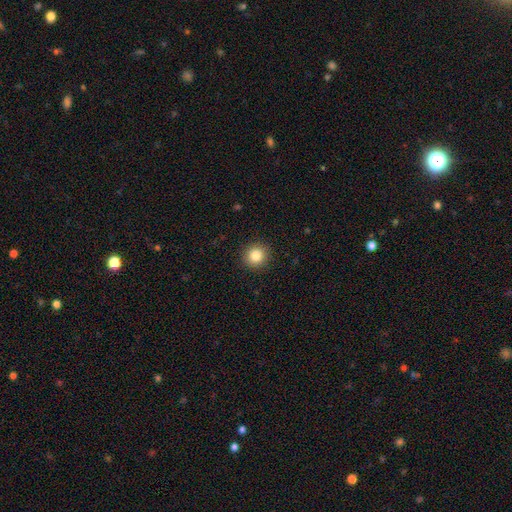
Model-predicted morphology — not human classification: A smooth galaxy with no disk features (84%) that is round (92%). Merging: none (92%).